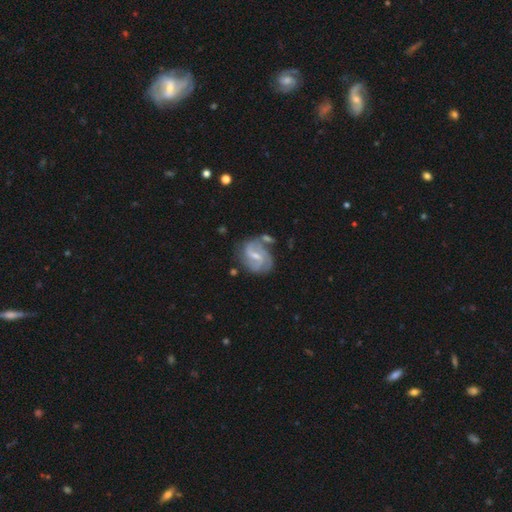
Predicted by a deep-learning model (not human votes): A featured or disk galaxy (85%) with a weak bar (57%), 2 (49%) medium (49%) spiral arms (96%) and a small central bulge (55%).

Vote fractions:
- Smooth or featured? featured or disk: 85% / smooth: 10% / star or artifact: 5%
- Edge-on disk? no: 98% / yes: 2%
- Bar? weak: 57% / strong: 24% / no: 19%
- Spiral arms? yes: 96% / no: 4%
- Spiral winding? medium: 49% / tight: 32% / loose: 19%
- Spiral arm count? 2: 49% / 3: 26% / can't tell: 13% / 4: 5% / 1: 4% / more than 4: 3%
- Bulge size? small: 55% / moderate: 38% / none: 5% / large: 2% / dominant: 1%
- Merging? none: 58% / minor disturbance: 21% / merger: 11% / major disturbance: 10%